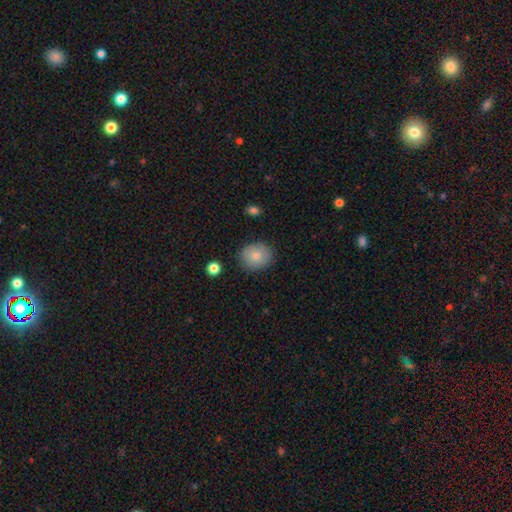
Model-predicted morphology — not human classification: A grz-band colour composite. It shows a smooth galaxy with no disk features (82%) that is round (67%). Merging: none (84%).